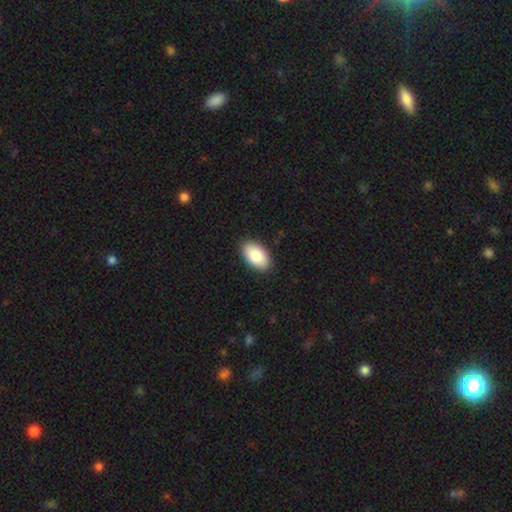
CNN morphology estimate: A smooth galaxy with no disk features (86%) that is in between round and cigar-shaped (95%).

Vote fractions:
- Smooth or featured? smooth: 86% / featured or disk: 8% / star or artifact: 6%
- How rounded? in between: 95% / round: 4% / cigar-shaped: 1%
- Merging? none: 89% / minor disturbance: 8% / major disturbance: 2% / merger: 1%